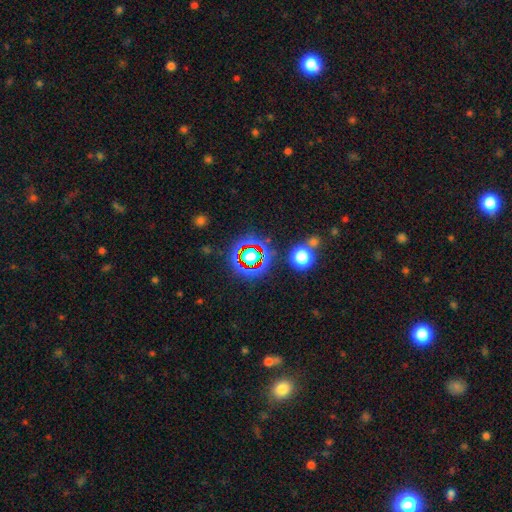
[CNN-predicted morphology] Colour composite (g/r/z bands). It shows a star or artifact, not a galaxy (75%).